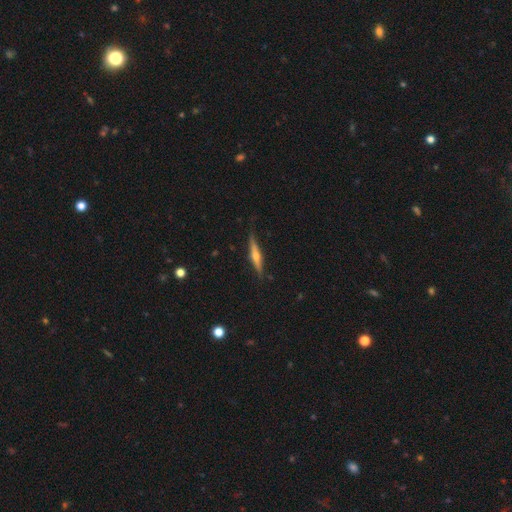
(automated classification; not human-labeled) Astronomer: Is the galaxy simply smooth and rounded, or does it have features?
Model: featured or disk — 71%.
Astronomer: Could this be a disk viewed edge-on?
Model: yes — 97%.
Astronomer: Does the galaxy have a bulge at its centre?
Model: rounded — 89%.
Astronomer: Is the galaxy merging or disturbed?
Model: none — 87%.